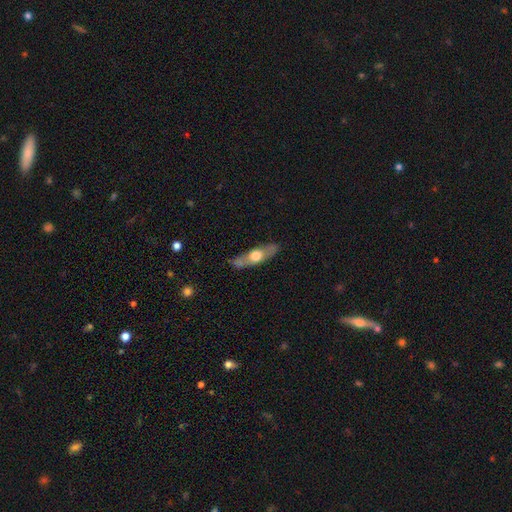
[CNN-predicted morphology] Overall: featured or disk (52%; smooth 43%). Edge-on disk: yes (74%). Merging: none (78%).